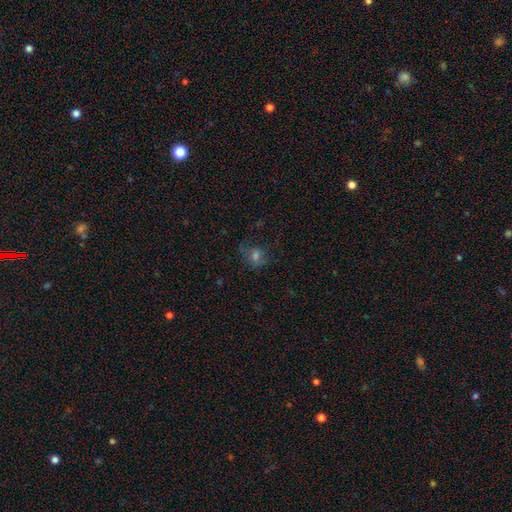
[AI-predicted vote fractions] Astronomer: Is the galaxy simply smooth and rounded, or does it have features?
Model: smooth — 51% (runner-up: star or artifact, 27%).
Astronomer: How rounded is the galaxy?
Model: round — 62%.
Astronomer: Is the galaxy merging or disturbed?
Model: none — 56%.